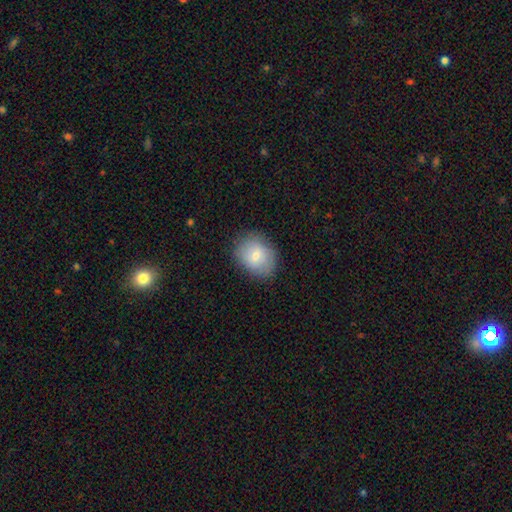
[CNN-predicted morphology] This is likely a smooth galaxy (73%). How rounded: possibly round (50%). Merging: clearly none (81%).